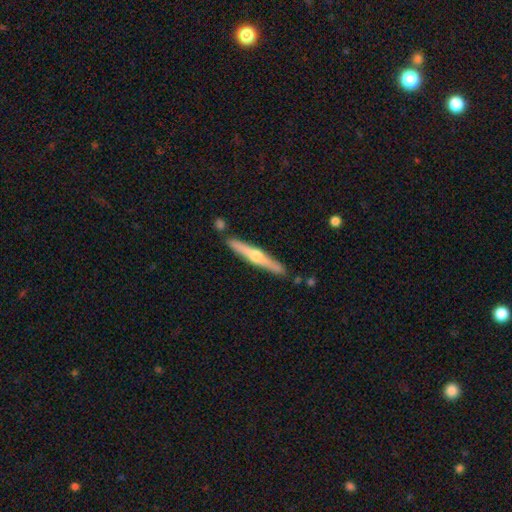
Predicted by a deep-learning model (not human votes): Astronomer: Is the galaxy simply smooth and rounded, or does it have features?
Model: featured or disk — 66%.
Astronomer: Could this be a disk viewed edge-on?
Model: yes — 97%.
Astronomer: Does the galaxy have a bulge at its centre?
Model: rounded — 90%.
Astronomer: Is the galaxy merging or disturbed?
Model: none — 87%.